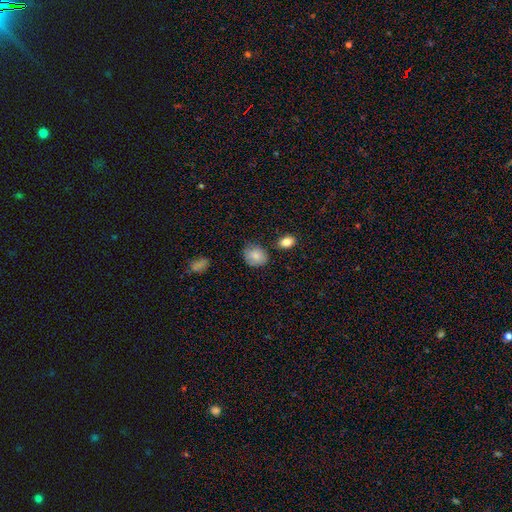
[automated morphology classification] A smooth galaxy with no disk features (84%) that is round (65%). Merging: none (74%).